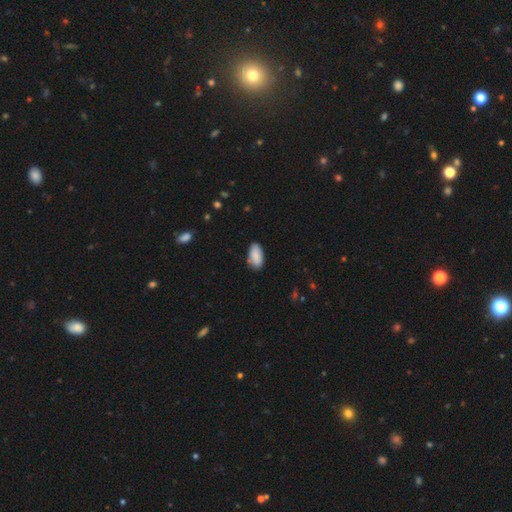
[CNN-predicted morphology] smooth 88%, star or artifact 6%, featured or disk 5%. Down the decision tree: how rounded — in between (93%); merging — none (82%).